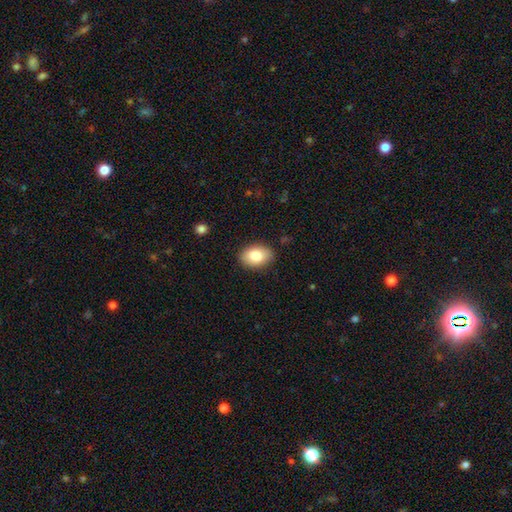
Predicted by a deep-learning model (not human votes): A smooth galaxy with no disk features (83%) that is in between round and cigar-shaped (86%).

Vote fractions:
- Smooth or featured? smooth: 83% / featured or disk: 10% / star or artifact: 7%
- How rounded? in between: 86% / round: 13% / cigar-shaped: 1%
- Merging? none: 88% / minor disturbance: 9% / major disturbance: 2% / merger: 1%